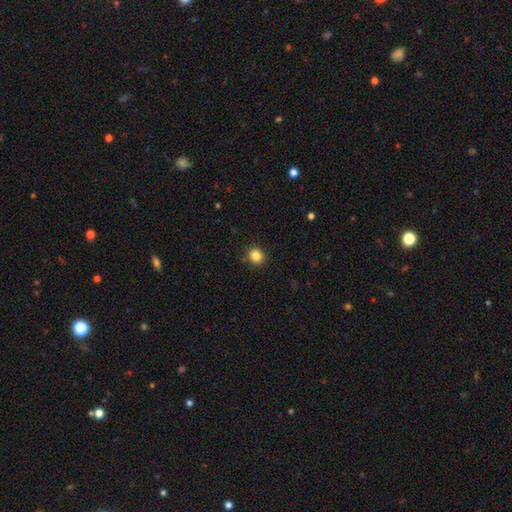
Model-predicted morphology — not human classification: A smooth galaxy with no disk features (84%) that is round (83%).

Vote fractions:
- Smooth or featured? smooth: 84% / star or artifact: 11% / featured or disk: 5%
- How rounded? round: 83% / in between: 16% / cigar-shaped: 1%
- Merging? none: 90% / minor disturbance: 7% / major disturbance: 2% / merger: 2%